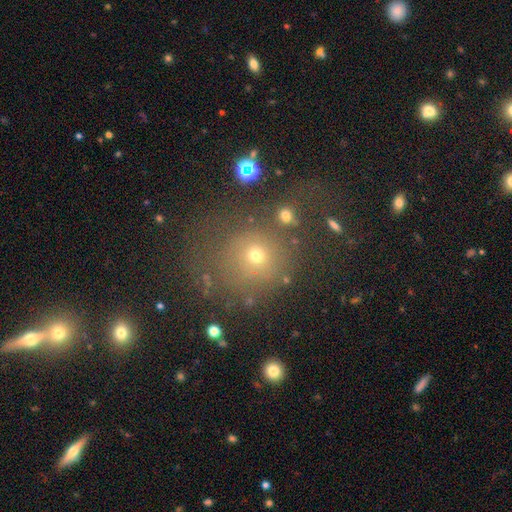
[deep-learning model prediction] Q: Smooth or featured?
A: smooth (63%); runner-up: star or artifact (24%)
Q: How rounded?
A: round (86%); runner-up: in between (12%)
Q: Merging?
A: none (68%); runner-up: minor disturbance (14%)